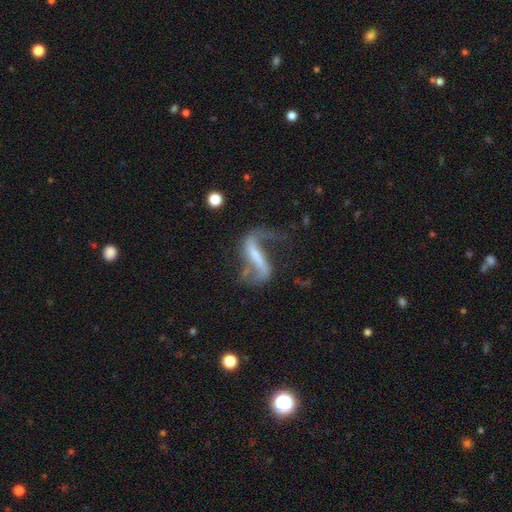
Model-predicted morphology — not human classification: A featured or disk galaxy (83%) with a strong bar (60%), 2 (84%) loose (84%) spiral arms (91%) and a small central bulge (45%). Merging: none (50%).